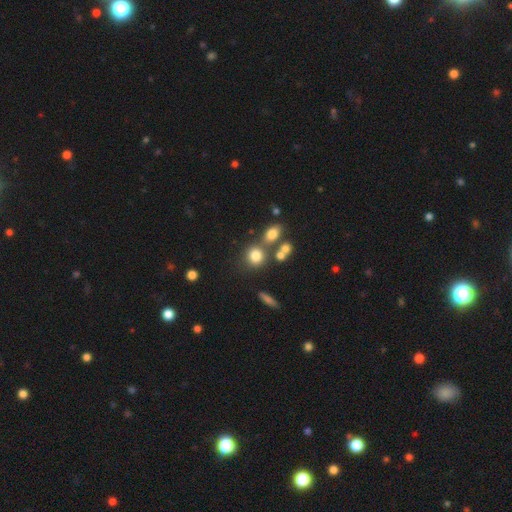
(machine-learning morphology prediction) smooth 76%, star or artifact 13%, featured or disk 10%. Down the decision tree: how rounded — round (75%); merging — none (60%).